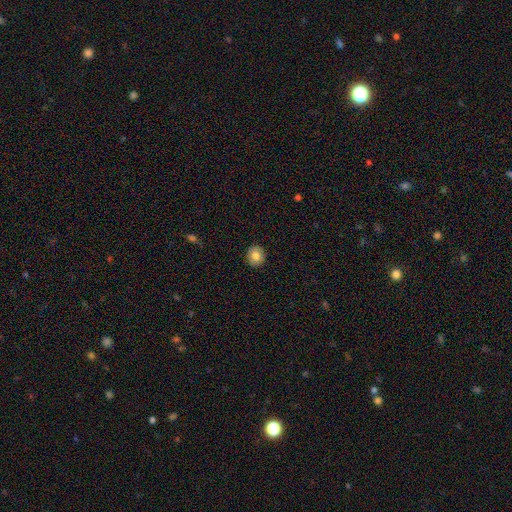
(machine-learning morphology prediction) Smooth or featured?
  - smooth: 80% *
  - featured or disk: 11%
  - star or artifact: 8%
How rounded?
  - round: 84% *
  - in between: 15%
  - cigar-shaped: 1%
Merging?
  - none: 91% *
  - minor disturbance: 6%
  - major disturbance: 2%
  - merger: 1%